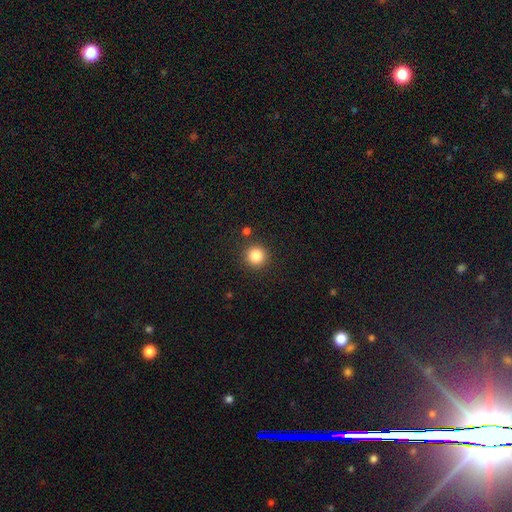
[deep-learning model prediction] This appears to be a smooth galaxy with no disk features (85%) that is round (95%). Merging: none (89%).